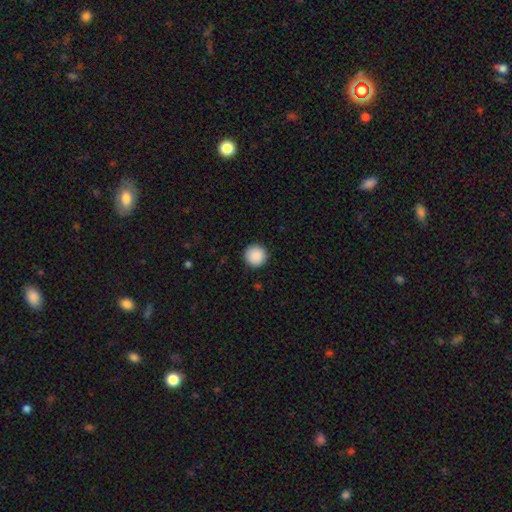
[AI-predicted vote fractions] Q: Smooth or featured?
A: smooth (90%); runner-up: star or artifact (8%)
Q: How rounded?
A: round (96%); runner-up: in between (3%)
Q: Merging?
A: none (93%); runner-up: minor disturbance (5%)